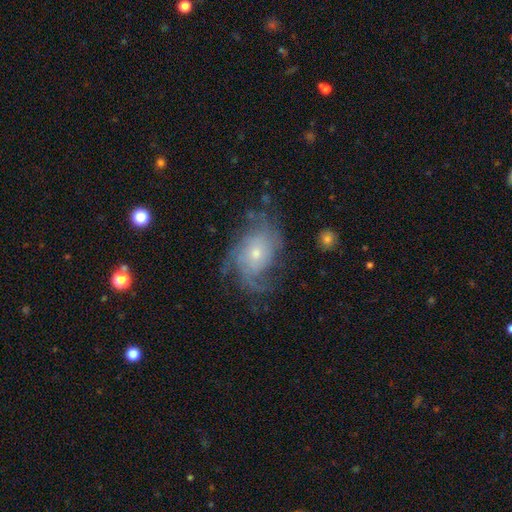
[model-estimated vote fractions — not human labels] Smooth or featured? featured or disk (79%)
Edge-on disk? no (97%)
Bar? no (78%)
Spiral arms? yes (93%)
Spiral winding? tight (43%)
Spiral arm count? can't tell (33%)
Bulge size? small (62%)
Merging? none (65%)